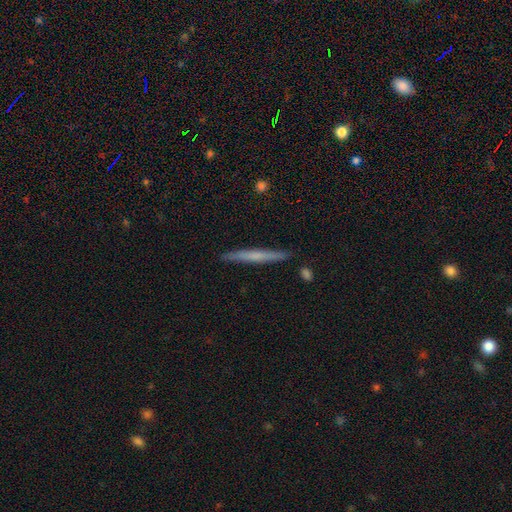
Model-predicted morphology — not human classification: Smooth or featured? Predicted: smooth (p=0.50). How rounded? Predicted: cigar-shaped (p=0.96). Merging? Predicted: none (p=0.90).